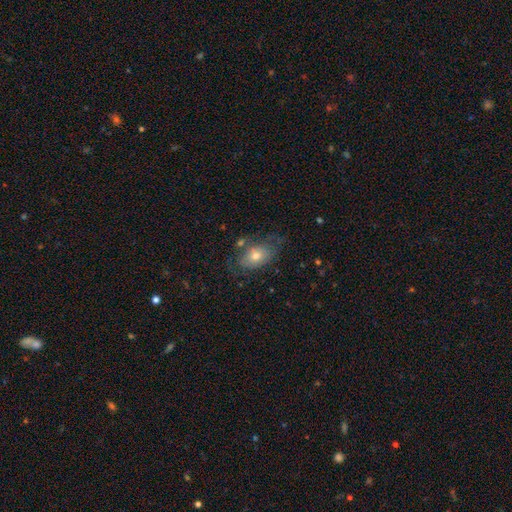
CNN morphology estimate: Overall: smooth (60%; featured or disk 31%). How rounded: in between (83%). Merging: none (58%; minor disturbance 24%).